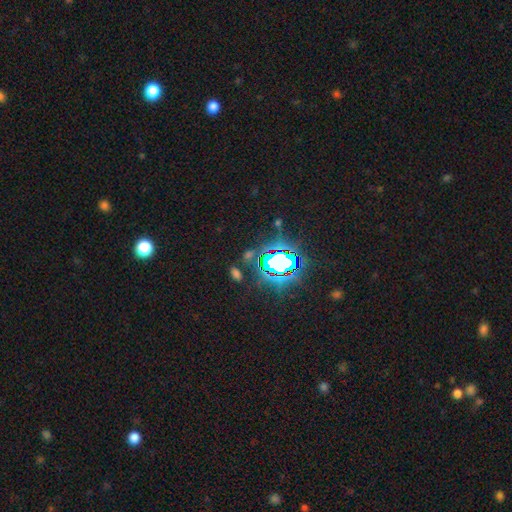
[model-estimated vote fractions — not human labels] smooth-or-featured: star or artifact: 76% | smooth: 15% | featured or disk: 9%